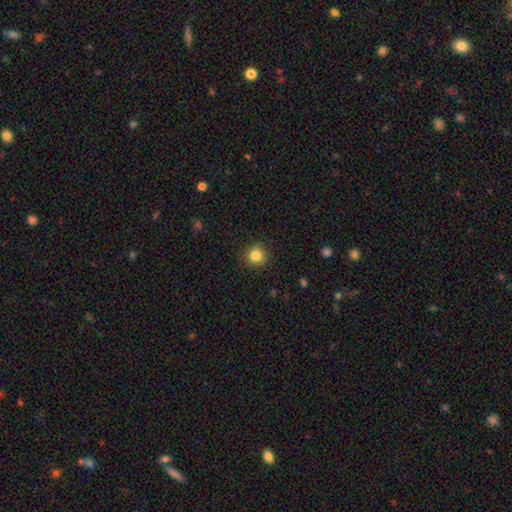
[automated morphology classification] A smooth galaxy with no disk features (84%) that is round (92%). Merging: none (89%).